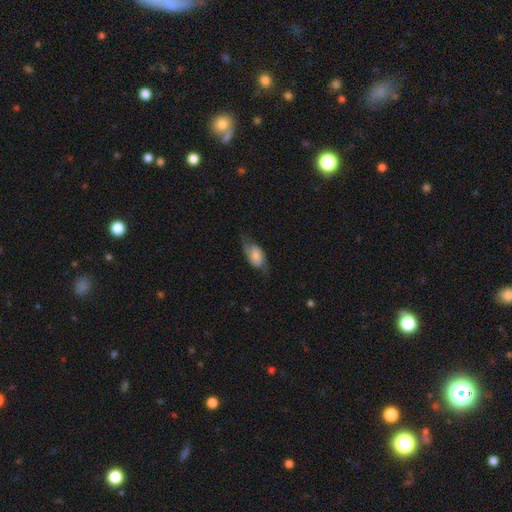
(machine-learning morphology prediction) A smooth galaxy with no disk features (52%) that is in between round and cigar-shaped (89%).

Vote fractions:
- Smooth or featured? smooth: 52% / featured or disk: 41% / star or artifact: 8%
- How rounded? in between: 89% / round: 7% / cigar-shaped: 4%
- Merging? none: 62% / minor disturbance: 25% / major disturbance: 12% / merger: 1%